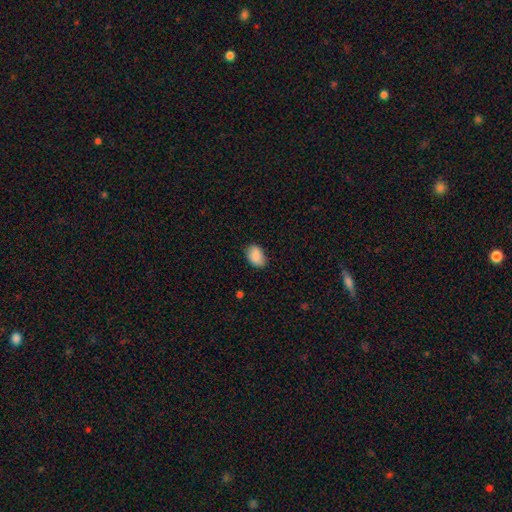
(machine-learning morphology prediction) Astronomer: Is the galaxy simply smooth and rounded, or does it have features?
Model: smooth — 89%.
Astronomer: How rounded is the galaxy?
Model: in between — 85%.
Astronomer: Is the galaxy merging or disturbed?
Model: none — 80%.